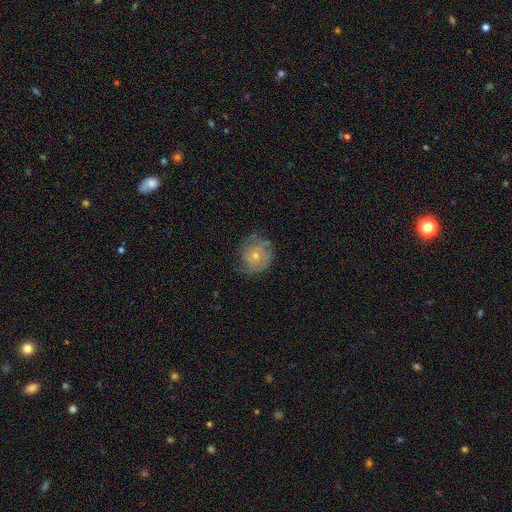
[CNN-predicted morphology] smooth_or_featured: featured or disk (p=0.46) [tied with: smooth p=0.46]
merging: none (p=0.59) [alt: minor disturbance p=0.28]